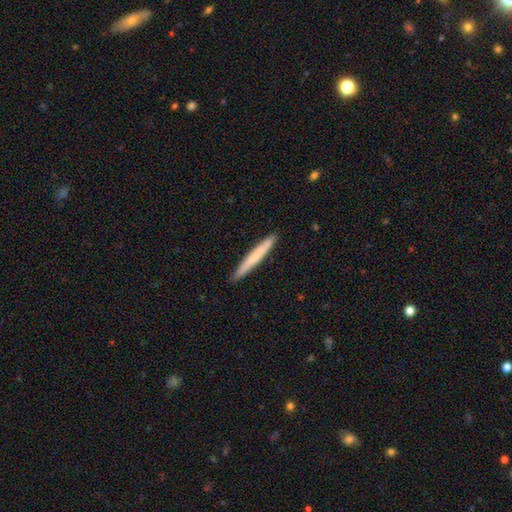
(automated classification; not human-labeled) A smooth galaxy with no disk features (68%) that is cigar-shaped (97%).

Vote fractions:
- Smooth or featured? smooth: 68% / featured or disk: 26% / star or artifact: 5%
- How rounded? cigar-shaped: 97% / in between: 2% / round: 1%
- Merging? none: 91% / minor disturbance: 6% / major disturbance: 1% / merger: 1%